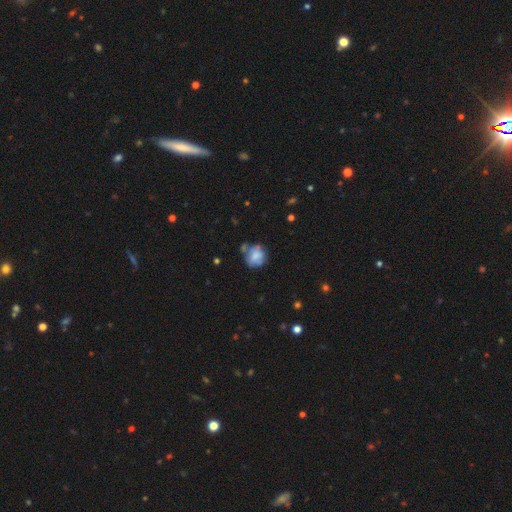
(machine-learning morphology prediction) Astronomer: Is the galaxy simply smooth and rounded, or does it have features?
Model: smooth — 63%.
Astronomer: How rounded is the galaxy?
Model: round — 75%.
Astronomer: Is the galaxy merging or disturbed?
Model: none — 48% (runner-up: minor disturbance, 26%).